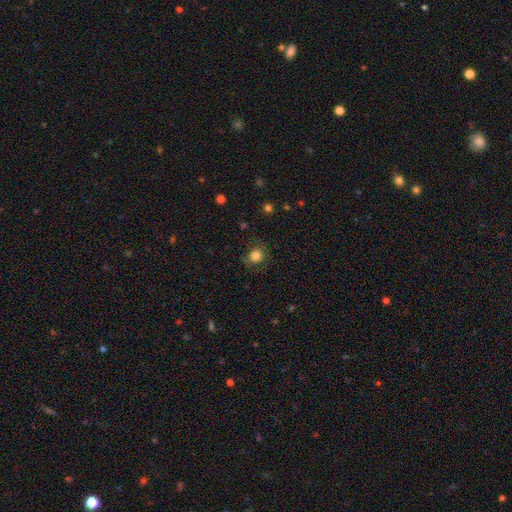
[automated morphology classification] Smooth or featured: smooth — 82% (star or artifact — 11%)
How rounded: round — 88% (in between — 11%)
Merging: none — 77% (minor disturbance — 15%)